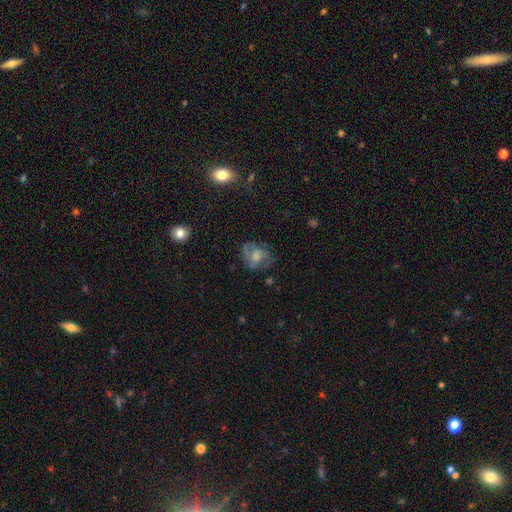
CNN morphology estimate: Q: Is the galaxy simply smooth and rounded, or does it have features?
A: featured or disk — 50%.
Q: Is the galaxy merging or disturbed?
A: none — 58%.